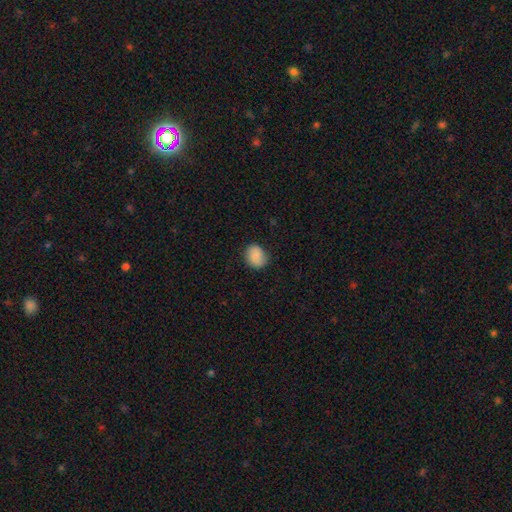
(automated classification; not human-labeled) A smooth galaxy with no disk features (86%) that is round (61%). Merging: none (79%).